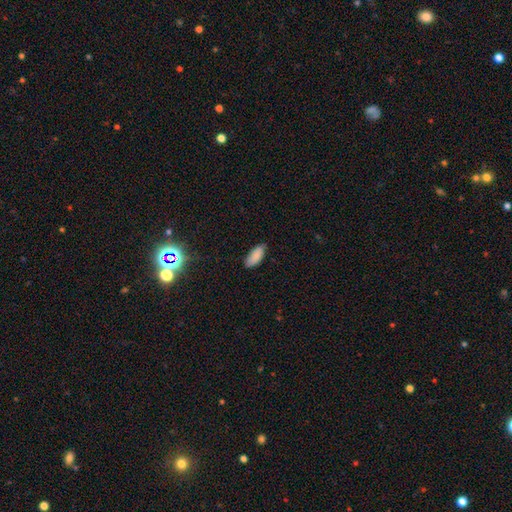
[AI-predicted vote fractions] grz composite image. It shows a smooth galaxy with no disk features (87%) that is in between round and cigar-shaped (83%). Merging: none (81%).